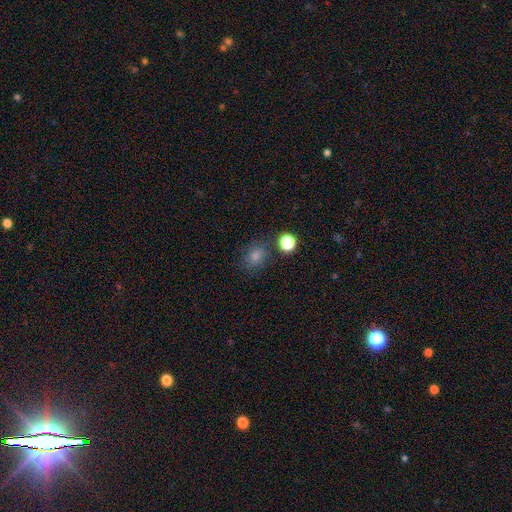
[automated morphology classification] A smooth galaxy with no disk features (70%) that is round (55%).

Vote fractions:
- Smooth or featured? smooth: 70% / star or artifact: 22% / featured or disk: 9%
- How rounded? round: 55% / in between: 44% / cigar-shaped: 1%
- Merging? none: 77% / minor disturbance: 12% / merger: 7% / major disturbance: 4%